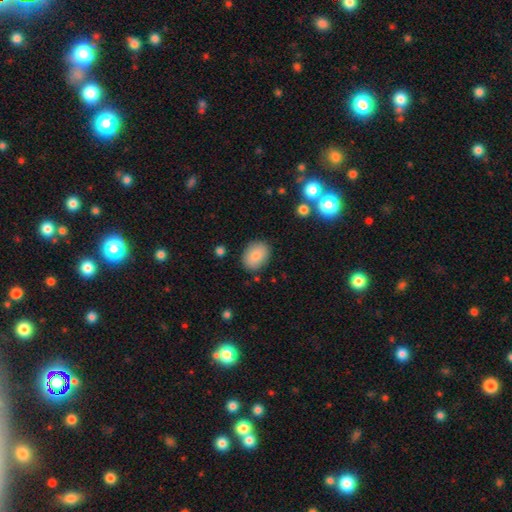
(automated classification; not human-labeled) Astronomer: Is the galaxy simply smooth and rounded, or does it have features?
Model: smooth — 84%.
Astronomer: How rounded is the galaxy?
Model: in between — 69%.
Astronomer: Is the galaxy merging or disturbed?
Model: none — 85%.